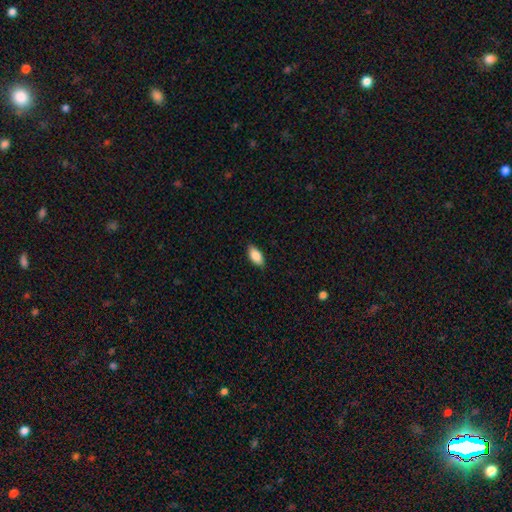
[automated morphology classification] Overall: smooth (86%). How rounded: in between (91%). Merging: none (87%).